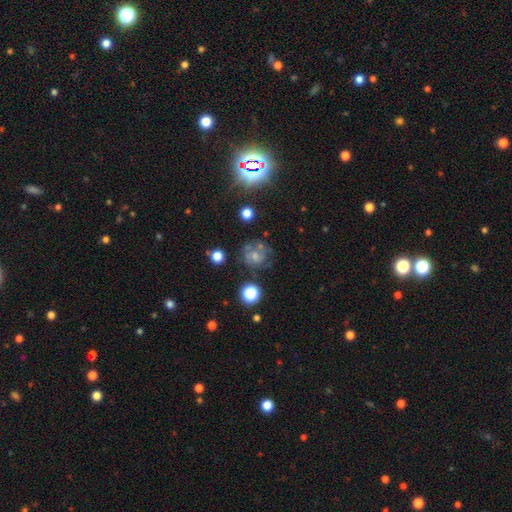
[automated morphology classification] Smooth or featured? featured or disk (35%)
Merging? none (64%)